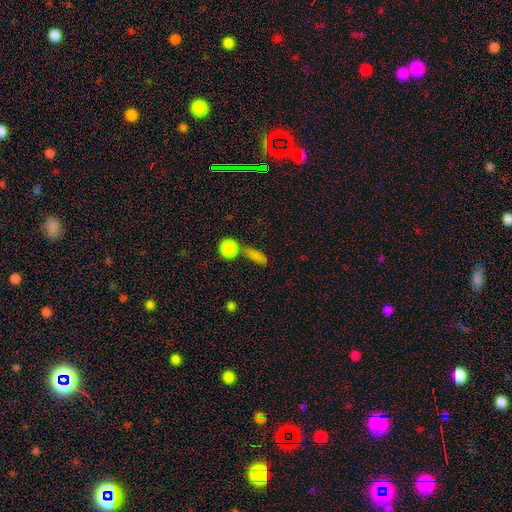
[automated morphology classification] A smooth galaxy with no disk features (81%) that is in between round and cigar-shaped (50%).

Vote fractions:
- Smooth or featured? smooth: 81% / star or artifact: 11% / featured or disk: 8%
- How rounded? in between: 50% / cigar-shaped: 31% / round: 19%
- Merging? none: 56% / merger: 25% / minor disturbance: 13% / major disturbance: 6%